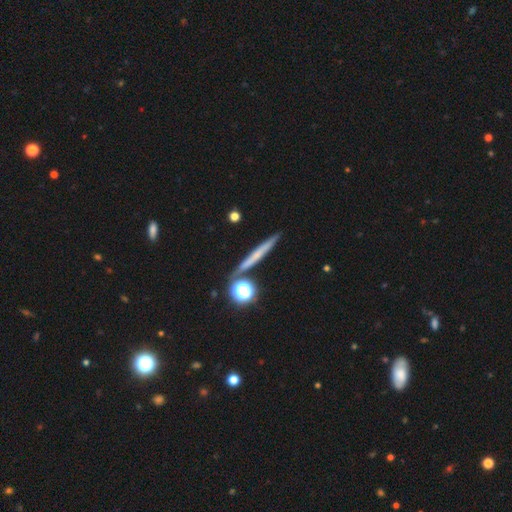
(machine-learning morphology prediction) A smooth galaxy with no disk features (46%). Merging: none (84%).